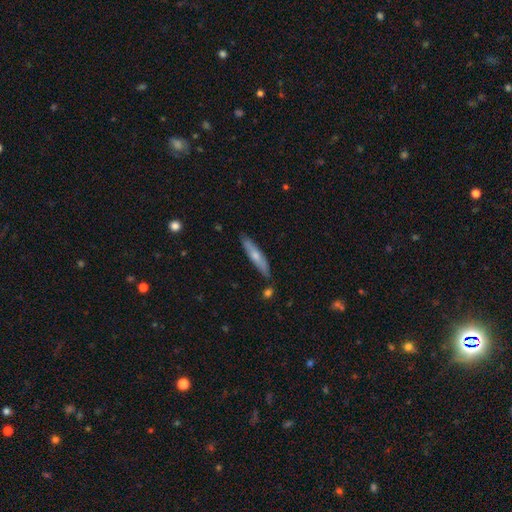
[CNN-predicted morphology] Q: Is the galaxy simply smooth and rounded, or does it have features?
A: smooth — 53%.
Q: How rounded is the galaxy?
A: cigar-shaped — 87%.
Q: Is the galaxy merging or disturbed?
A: none — 83%.